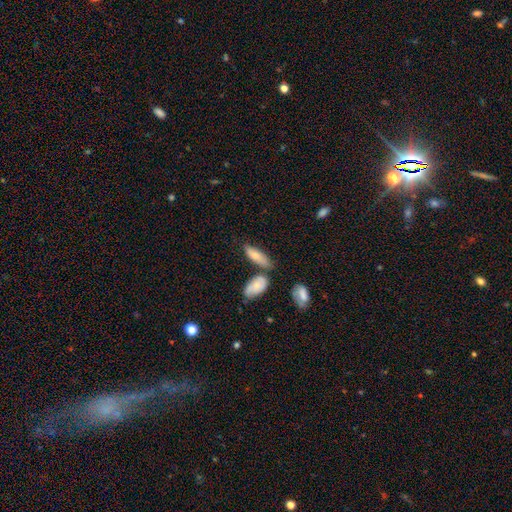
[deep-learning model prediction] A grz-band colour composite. It shows a smooth galaxy with no disk features (73%) that is in between round and cigar-shaped (62%). Merging: none (53%).